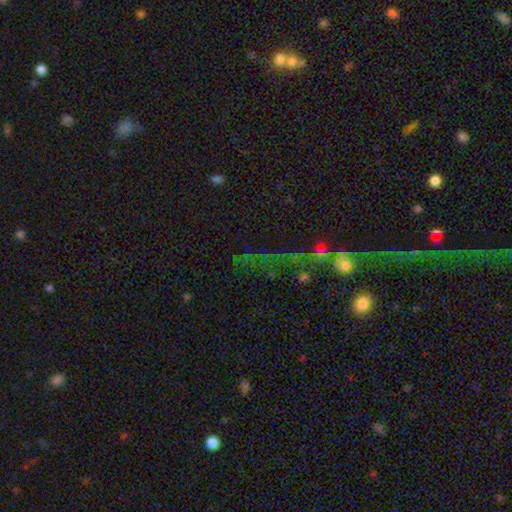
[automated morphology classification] star or artifact 65%, smooth 21%, featured or disk 13%.